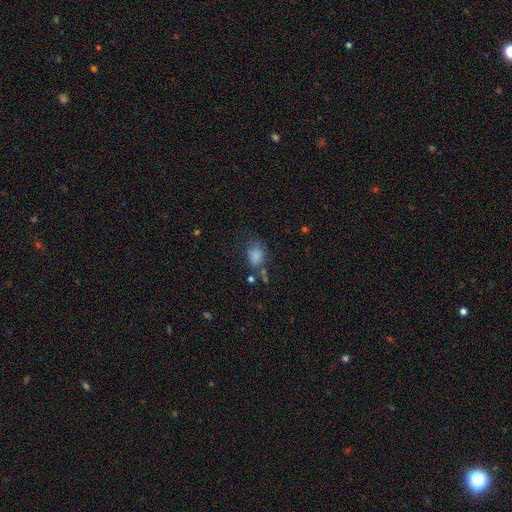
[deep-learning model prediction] This is clearly a smooth galaxy (81%). How rounded: likely in between (73%). Merging: possibly none (49%).